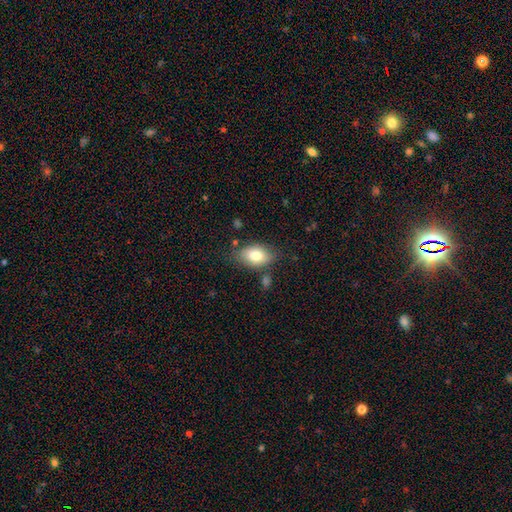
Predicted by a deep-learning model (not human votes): Smooth or featured: smooth — 77% (featured or disk — 15%)
How rounded: in between — 86% (round — 12%)
Merging: none — 74% (minor disturbance — 17%)